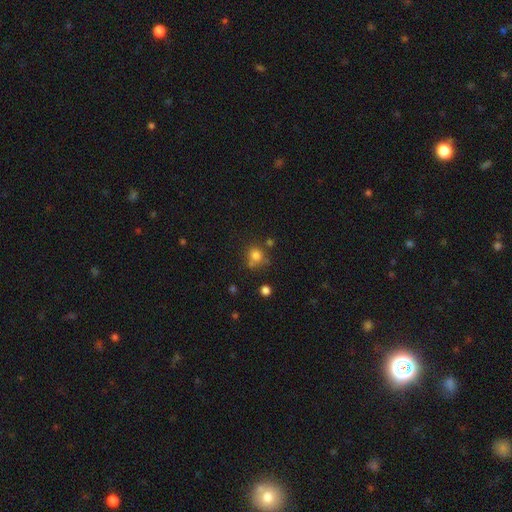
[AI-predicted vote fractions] Smooth or featured: smooth — 77% (star or artifact — 14%)
How rounded: round — 82% (in between — 17%)
Merging: none — 57% (minor disturbance — 19%)